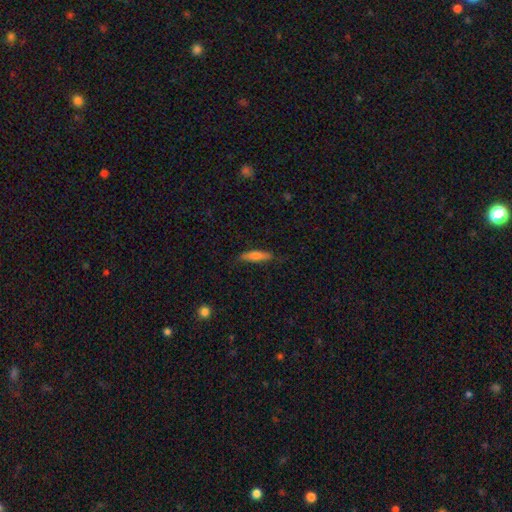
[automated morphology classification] The model was most divided on "how rounded": cigar-shaped: 74%, in between: 24%, round: 2%. More confident: merging — none (80%); smooth or featured — smooth (73%).